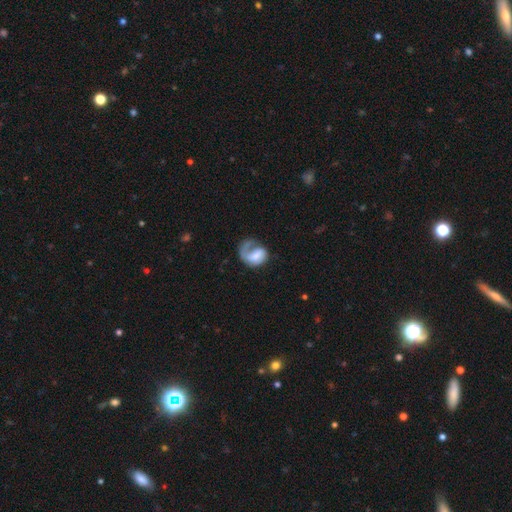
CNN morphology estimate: Smooth or featured: featured or disk — 59% (smooth — 35%)
Edge-on disk: no — 98% (yes — 2%)
Bar: no — 50% (weak — 39%)
Spiral arms: yes — 84% (no — 16%)
Bulge size: small — 30% (none — 29%)
Merging: major disturbance — 42% (none — 36%)